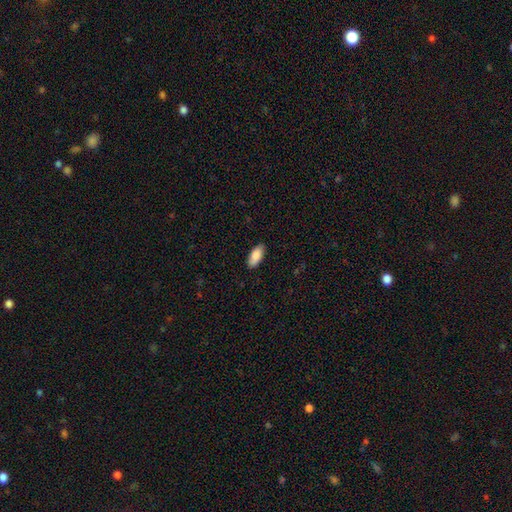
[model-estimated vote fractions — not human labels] Morphology: type=smooth (88%); roundness=in between (86%); merging=none (88%).